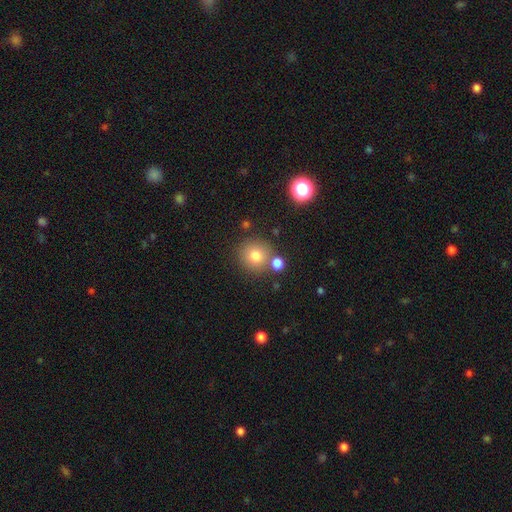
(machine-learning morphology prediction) type=smooth (78%); roundness=round (92%); merging=none (74%).